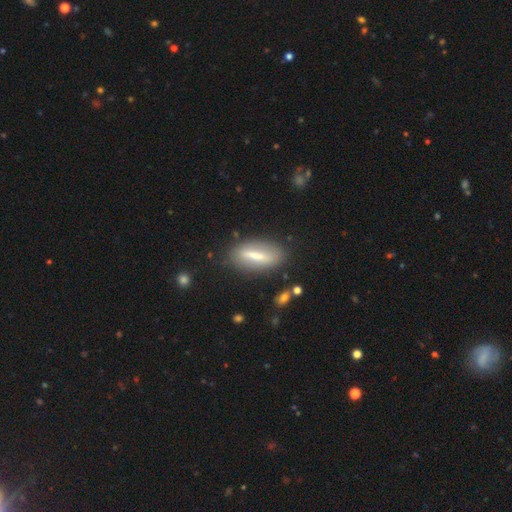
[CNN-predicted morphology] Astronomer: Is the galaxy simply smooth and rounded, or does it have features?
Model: smooth — 56% (runner-up: featured or disk, 36%).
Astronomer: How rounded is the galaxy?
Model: in between — 52% (runner-up: cigar-shaped, 45%).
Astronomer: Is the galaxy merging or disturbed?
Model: none — 78%.